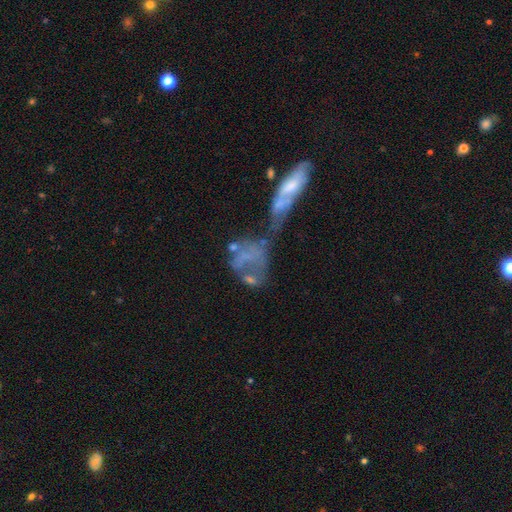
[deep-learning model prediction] Smooth or featured: featured or disk — 49% (smooth — 37%)
Merging: merger — 53% (major disturbance — 24%)